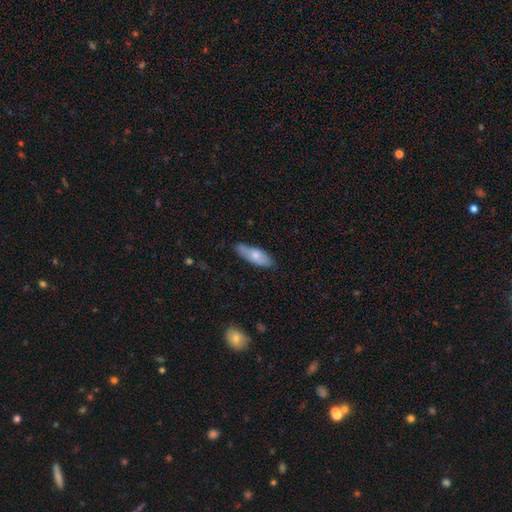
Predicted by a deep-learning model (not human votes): This is likely a smooth galaxy (70%). How rounded: likely in between (67%). Merging: likely none (73%).